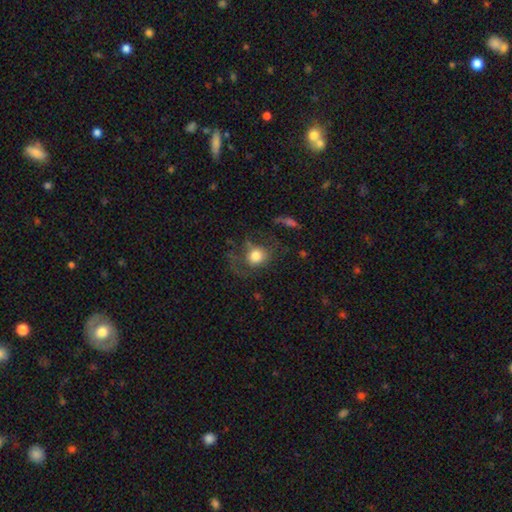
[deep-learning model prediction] Morphology: type=smooth (72%); roundness=round (78%); merging=none (48%).